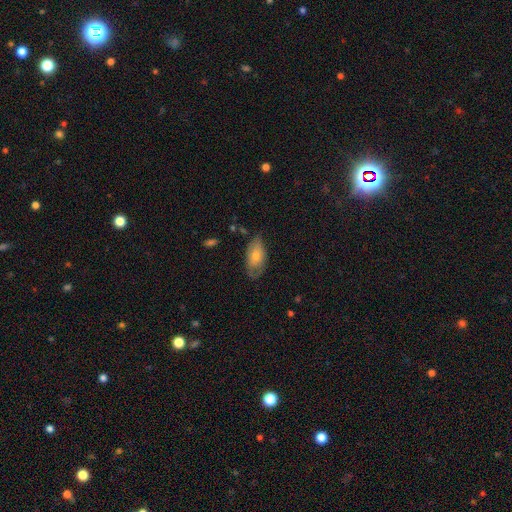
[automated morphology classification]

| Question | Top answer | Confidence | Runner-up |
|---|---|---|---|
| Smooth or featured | smooth | 58% | featured or disk (34%) |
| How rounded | in between | 89% | cigar-shaped (6%) |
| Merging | none | 64% | minor disturbance (27%) |